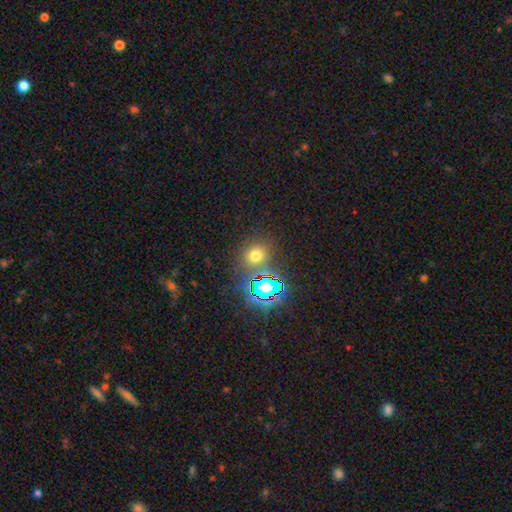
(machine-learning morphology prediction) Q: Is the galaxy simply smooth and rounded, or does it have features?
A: smooth — 56%.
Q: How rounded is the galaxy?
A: round — 74%.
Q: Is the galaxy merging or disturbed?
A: none — 79%.